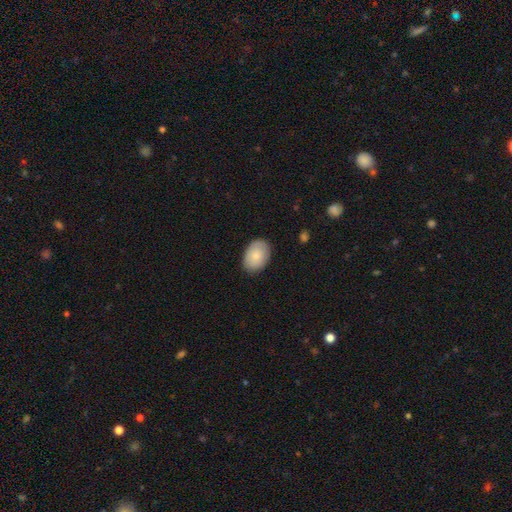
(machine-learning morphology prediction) Smooth or featured? smooth (83%)
How rounded? in between (84%)
Merging? none (85%)